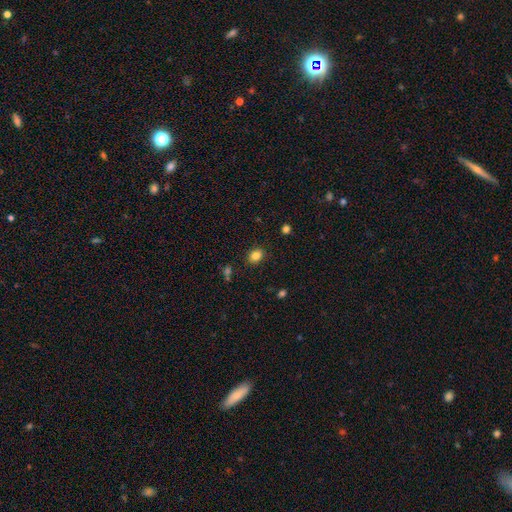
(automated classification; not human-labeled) Q: Smooth or featured?
A: smooth (83%); runner-up: star or artifact (11%)
Q: How rounded?
A: in between (60%); runner-up: round (39%)
Q: Merging?
A: none (86%); runner-up: minor disturbance (9%)